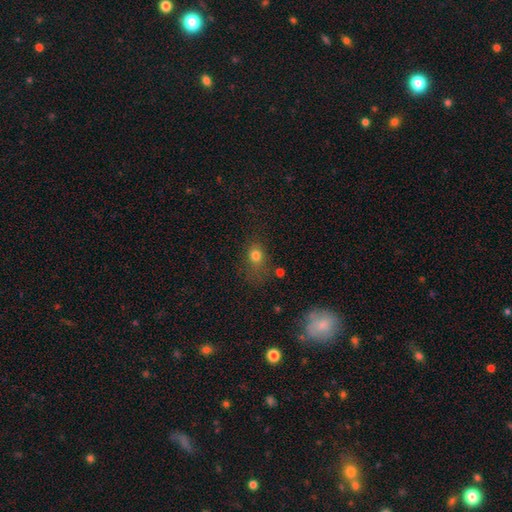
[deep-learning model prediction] The model was most divided on "how rounded": in between: 51%, round: 47%, cigar-shaped: 2%. More confident: smooth or featured — smooth (76%); merging — none (55%).